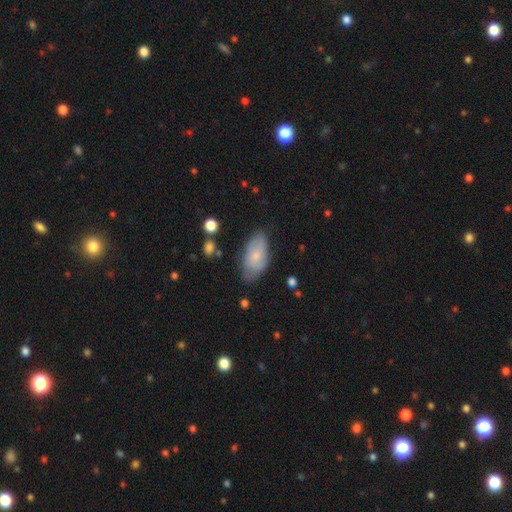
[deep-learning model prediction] smooth-or-featured: smooth: 66% | featured or disk: 27% | star or artifact: 7%
  how-rounded: in between: 93% | cigar-shaped: 4% | round: 3%
  merging: none: 65% | minor disturbance: 26% | major disturbance: 6% | merger: 2%